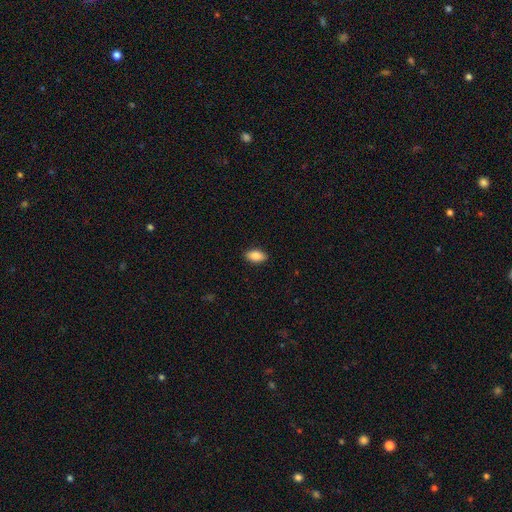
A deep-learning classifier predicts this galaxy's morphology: type=smooth (87%); roundness=in between (92%); merging=none (89%).